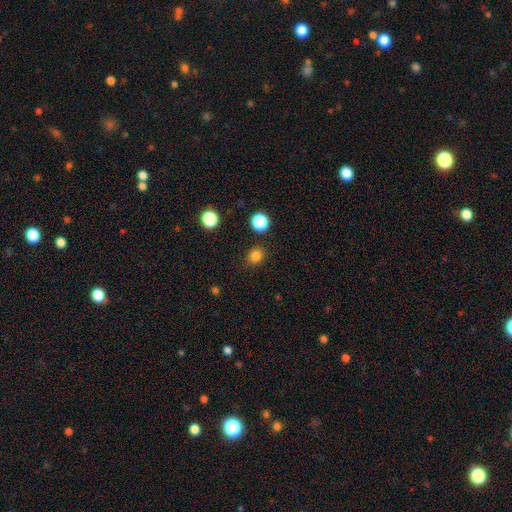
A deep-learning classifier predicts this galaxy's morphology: smooth-or-featured: smooth: 82% | star or artifact: 14% | featured or disk: 4%
  how-rounded: round: 77% | in between: 22% | cigar-shaped: 1%
  merging: none: 88% | minor disturbance: 8% | major disturbance: 2% | merger: 2%